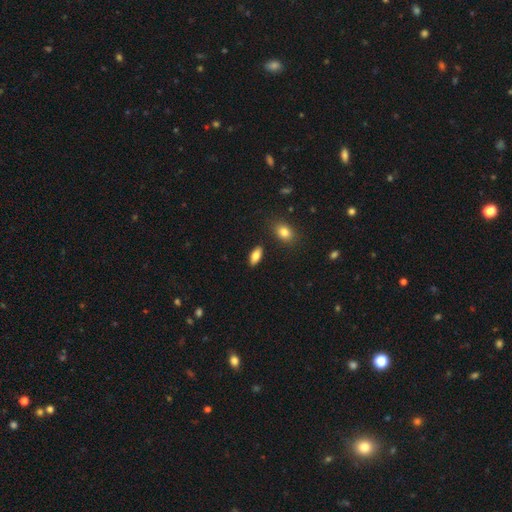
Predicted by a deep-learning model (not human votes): This appears to be a smooth galaxy with no disk features (80%) that is in between round and cigar-shaped (89%). Merging: none (87%).